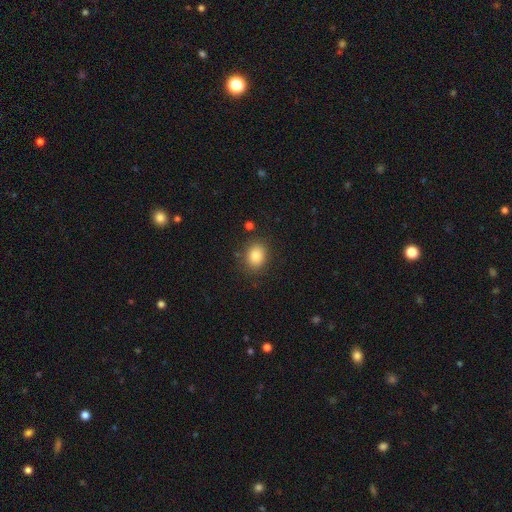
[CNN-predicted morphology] Q: Smooth or featured?
A: smooth (84%); runner-up: star or artifact (10%)
Q: How rounded?
A: in between (51%); runner-up: round (48%)
Q: Merging?
A: none (84%); runner-up: minor disturbance (11%)